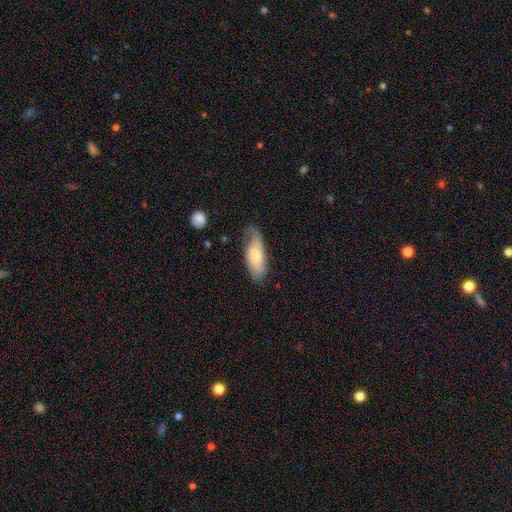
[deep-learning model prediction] smooth-or-featured: smooth: 66% | featured or disk: 29% | star or artifact: 6%
  how-rounded: in between: 75% | cigar-shaped: 23% | round: 2%
  merging: none: 52% | minor disturbance: 32% | major disturbance: 14% | merger: 2%